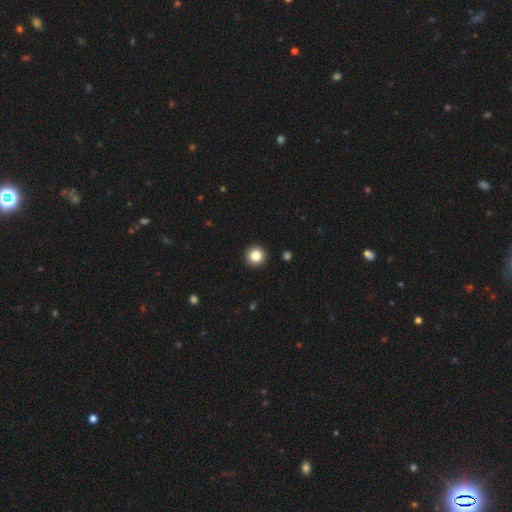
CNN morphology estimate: Smooth or featured? smooth (85%)
How rounded? round (95%)
Merging? none (93%)